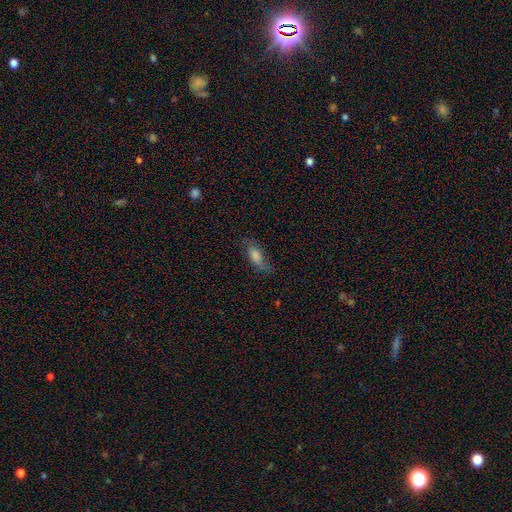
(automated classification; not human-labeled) smooth_or_featured: smooth (p=0.69) [alt: featured or disk p=0.21]
how_rounded: in between (p=0.75) [alt: cigar-shaped p=0.22]
merging: none (p=0.57) [alt: minor disturbance p=0.27]